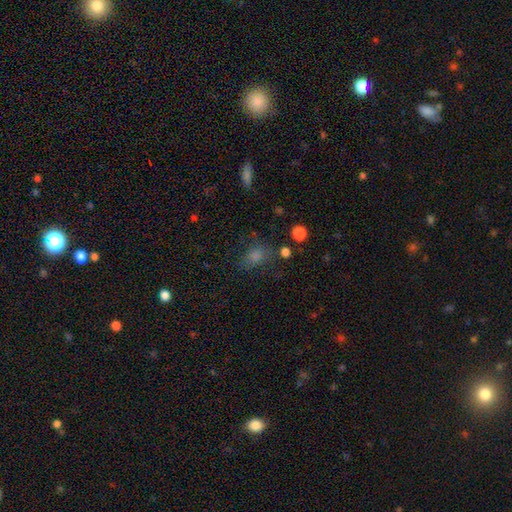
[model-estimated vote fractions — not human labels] Smooth or featured: smooth — 63% (star or artifact — 25%)
How rounded: in between — 57% (round — 40%)
Merging: none — 67% (minor disturbance — 18%)